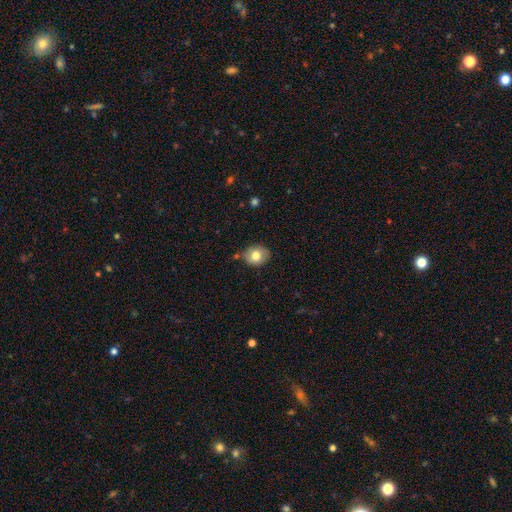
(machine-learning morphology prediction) This is likely a smooth galaxy (76%). How rounded: possibly round (59%). Merging: likely none (76%).